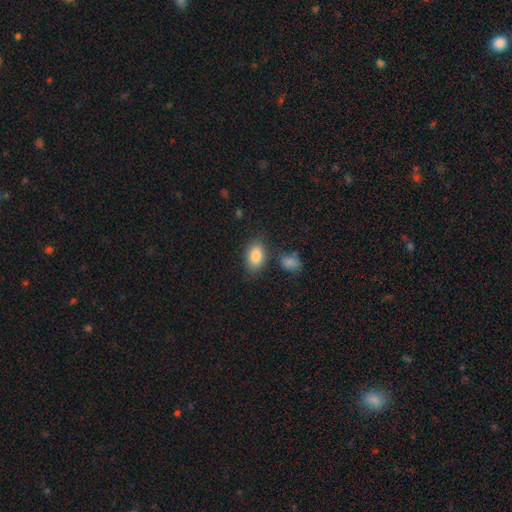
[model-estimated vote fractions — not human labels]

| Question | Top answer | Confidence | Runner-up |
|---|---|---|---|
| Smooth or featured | smooth | 86% | star or artifact (7%) |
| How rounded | in between | 90% | round (9%) |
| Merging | none | 77% | minor disturbance (13%) |